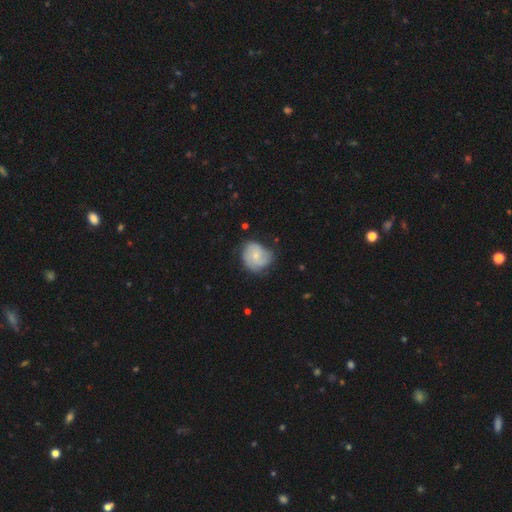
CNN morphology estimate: Smooth or featured? smooth (49%)
Merging? none (54%)